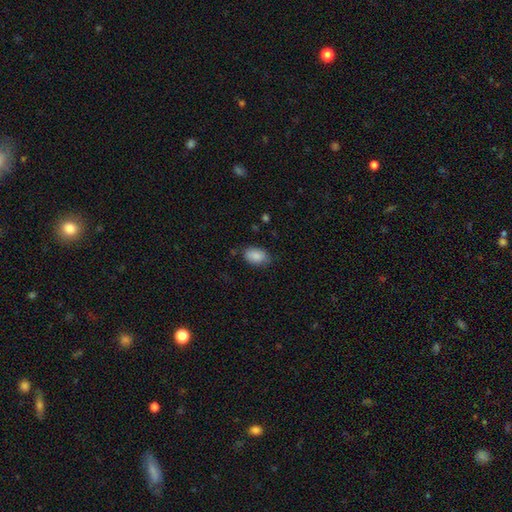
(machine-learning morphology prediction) smooth-or-featured: smooth: 88% | star or artifact: 7% | featured or disk: 5%
  how-rounded: in between: 90% | round: 9% | cigar-shaped: 1%
  merging: none: 78% | minor disturbance: 17% | major disturbance: 4% | merger: 2%